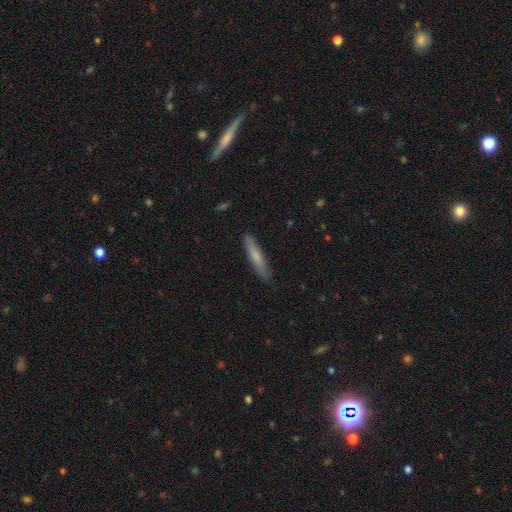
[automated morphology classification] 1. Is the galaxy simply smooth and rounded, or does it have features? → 71% smooth, 23% featured or disk, 6% star or artifact.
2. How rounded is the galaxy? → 92% cigar-shaped, 7% in between, 1% round.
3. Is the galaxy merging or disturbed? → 87% none, 10% minor disturbance, 2% major disturbance, 1% merger.